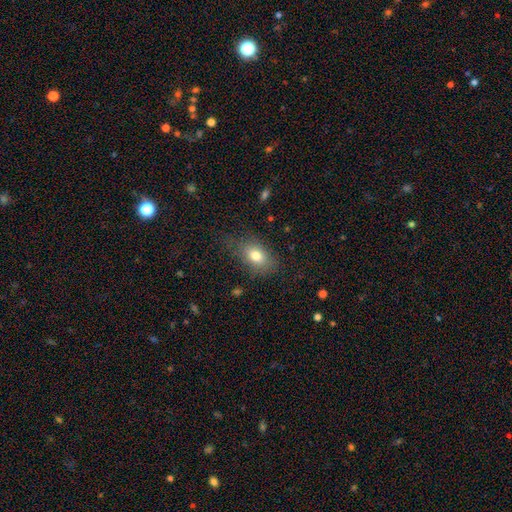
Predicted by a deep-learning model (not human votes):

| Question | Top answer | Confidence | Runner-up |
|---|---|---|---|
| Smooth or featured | smooth | 77% | featured or disk (13%) |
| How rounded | in between | 79% | round (19%) |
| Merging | none | 70% | minor disturbance (20%) |